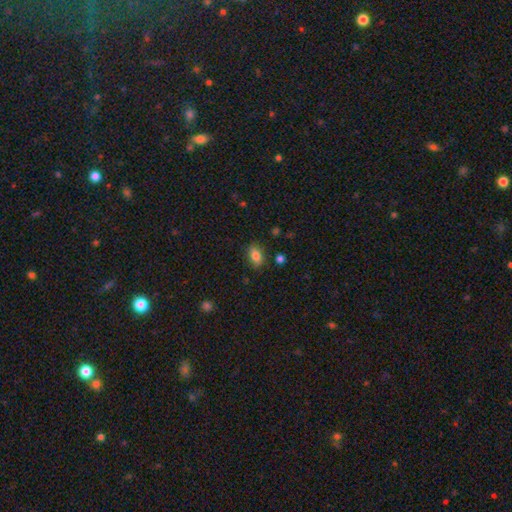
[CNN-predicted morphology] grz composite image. It shows a smooth galaxy with no disk features (81%) that is in between round and cigar-shaped (84%). Merging: none (82%).